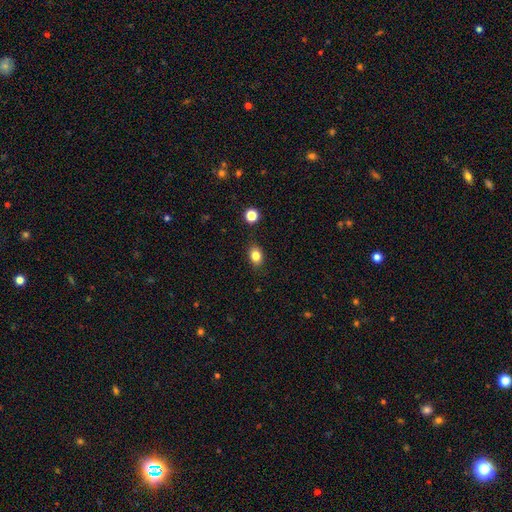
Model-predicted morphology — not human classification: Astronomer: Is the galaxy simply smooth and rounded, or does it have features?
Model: smooth — 83%.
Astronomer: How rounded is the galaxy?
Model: in between — 71%.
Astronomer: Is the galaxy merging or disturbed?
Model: none — 85%.